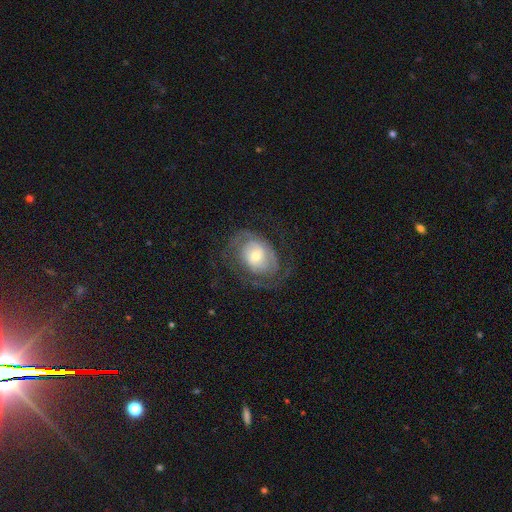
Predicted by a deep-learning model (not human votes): This appears to be a featured or disk galaxy (71%) with no bar (64%), 2 (46%) tight (49%) spiral arms (81%) and a moderate central bulge (50%). Merging: none (58%).